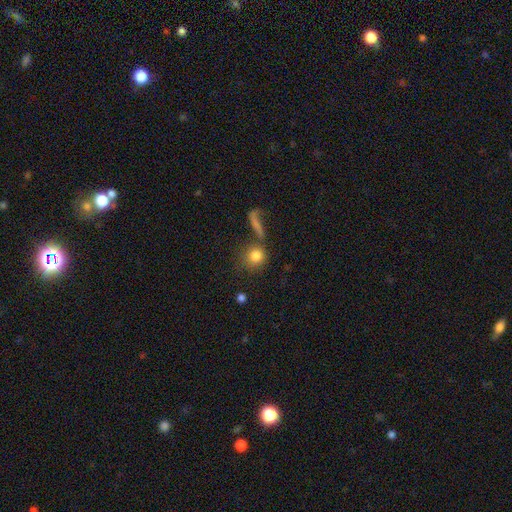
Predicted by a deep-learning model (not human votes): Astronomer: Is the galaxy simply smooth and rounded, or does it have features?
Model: smooth — 80%.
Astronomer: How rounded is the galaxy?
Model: round — 86%.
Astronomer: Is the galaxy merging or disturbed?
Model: none — 62%.